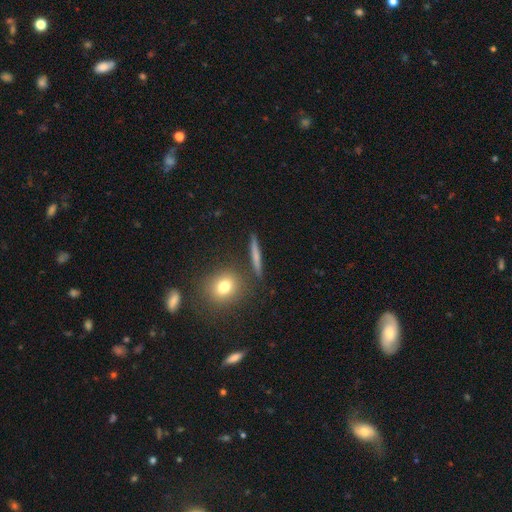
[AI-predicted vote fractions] Smooth or featured: smooth — 57% (featured or disk — 33%)
How rounded: cigar-shaped — 80% (round — 11%)
Merging: none — 86% (minor disturbance — 8%)